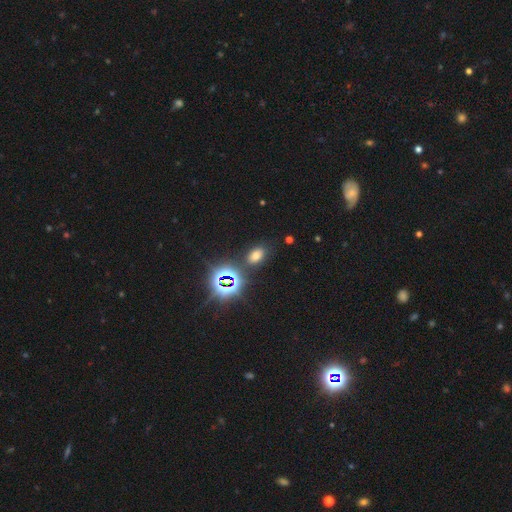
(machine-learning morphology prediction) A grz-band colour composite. It shows a smooth galaxy with no disk features (57%) that is in between round and cigar-shaped (83%). Merging: none (81%).